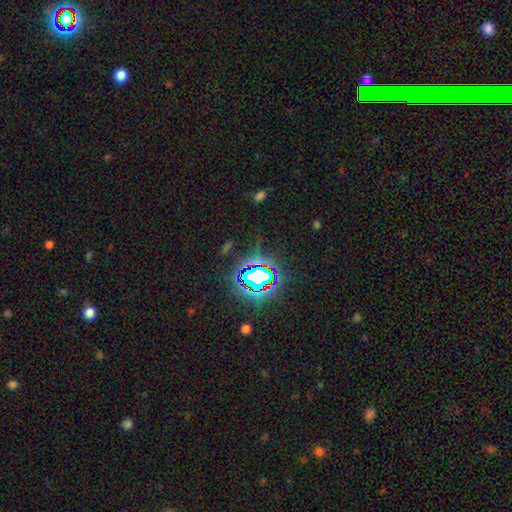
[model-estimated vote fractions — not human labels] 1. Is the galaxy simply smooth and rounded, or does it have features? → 79% star or artifact, 13% smooth, 8% featured or disk.